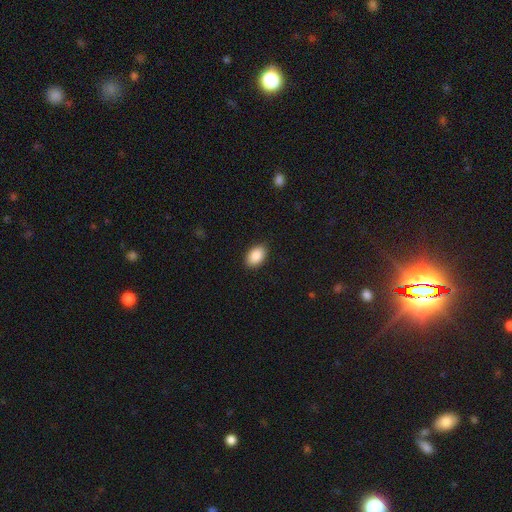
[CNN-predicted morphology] Smooth or featured? smooth (89%)
How rounded? in between (89%)
Merging? none (88%)